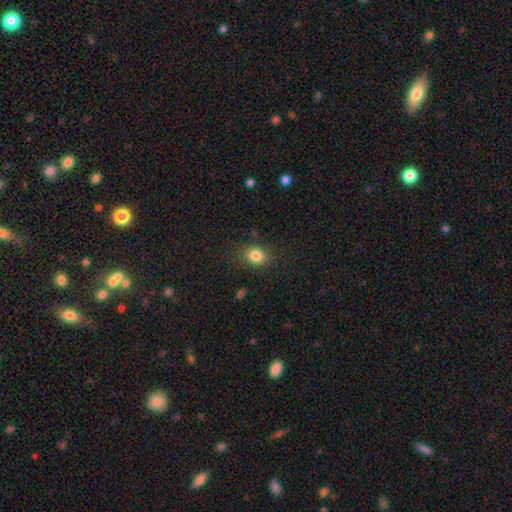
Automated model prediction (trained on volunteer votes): A smooth galaxy with no disk features (82%) that is round (54%).

Vote fractions:
- Smooth or featured? smooth: 82% / star or artifact: 11% / featured or disk: 7%
- How rounded? round: 54% / in between: 45% / cigar-shaped: 1%
- Merging? none: 83% / minor disturbance: 12% / major disturbance: 4% / merger: 1%